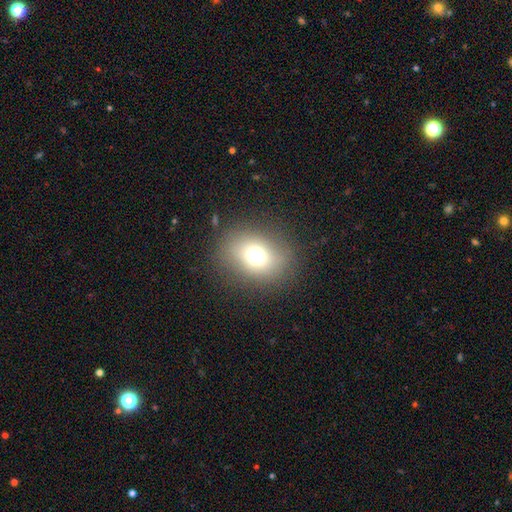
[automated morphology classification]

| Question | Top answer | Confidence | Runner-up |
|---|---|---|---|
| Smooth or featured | smooth | 68% | star or artifact (18%) |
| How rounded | round | 51% | in between (48%) |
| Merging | none | 83% | minor disturbance (10%) |